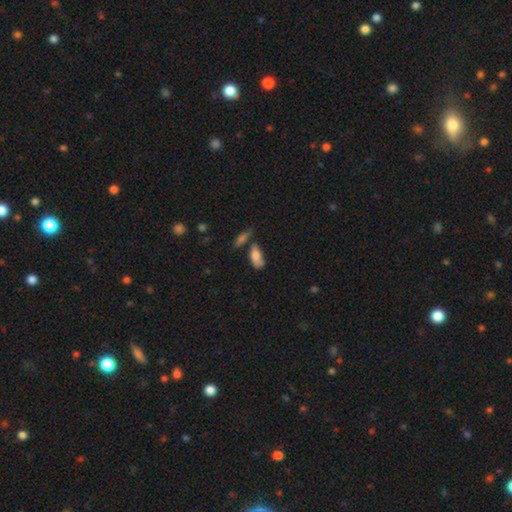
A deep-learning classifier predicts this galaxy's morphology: Overall: smooth (73%). How rounded: in between (83%). Merging: none (39%; minor disturbance 24%).